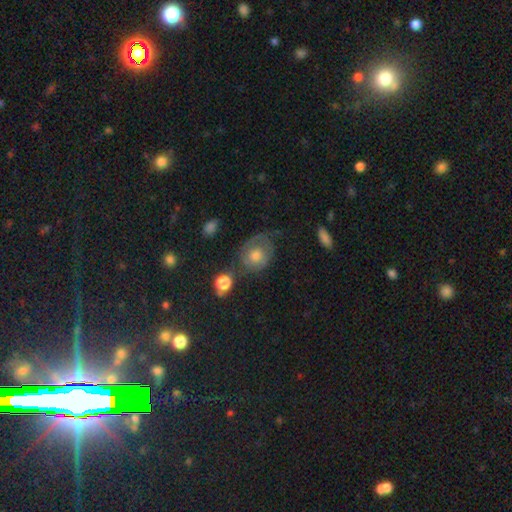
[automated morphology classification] Smooth or featured? Predicted: featured or disk (p=0.45). Merging? Predicted: none (p=0.51).